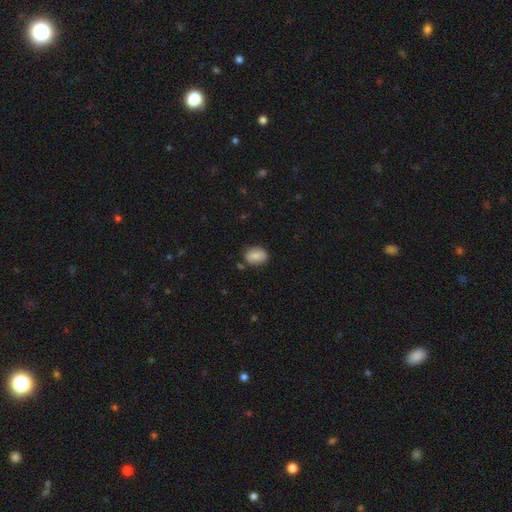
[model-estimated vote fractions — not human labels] The model was most divided on "how rounded": in between: 64%, round: 34%, cigar-shaped: 1%. More confident: merging — none (78%); smooth or featured — smooth (77%).